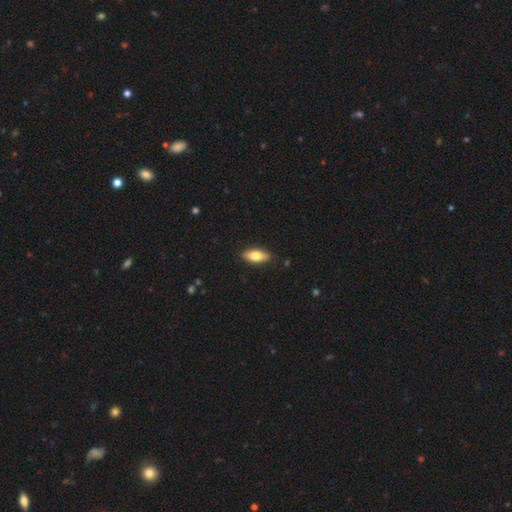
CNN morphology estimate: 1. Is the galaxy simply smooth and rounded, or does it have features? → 72% smooth, 22% featured or disk, 6% star or artifact.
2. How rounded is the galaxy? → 74% in between, 23% cigar-shaped, 3% round.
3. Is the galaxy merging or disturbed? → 89% none, 8% minor disturbance, 2% major disturbance, 1% merger.